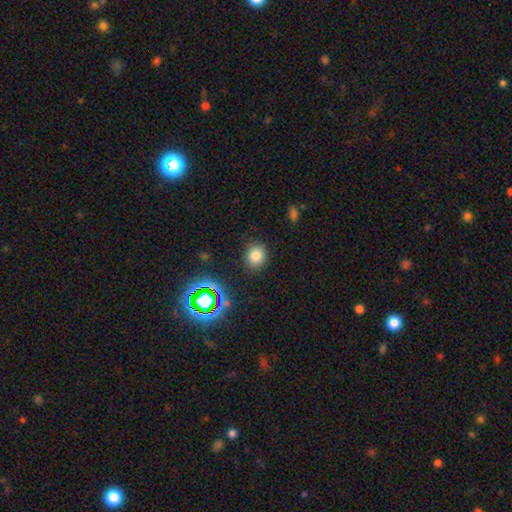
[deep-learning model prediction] Smooth or featured?
  - smooth: 77% *
  - star or artifact: 16%
  - featured or disk: 7%
How rounded?
  - round: 66% *
  - in between: 33%
  - cigar-shaped: 1%
Merging?
  - none: 85% *
  - minor disturbance: 11%
  - major disturbance: 3%
  - merger: 2%